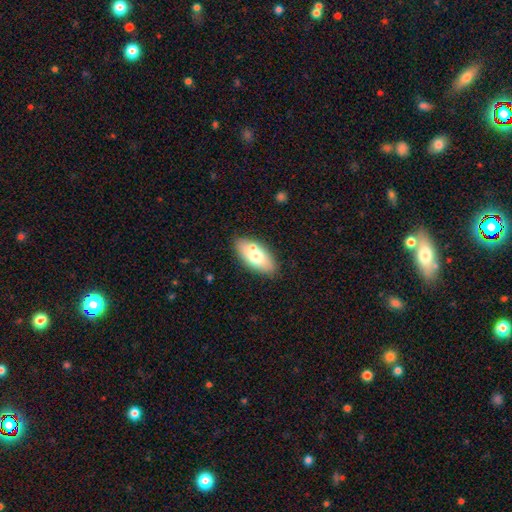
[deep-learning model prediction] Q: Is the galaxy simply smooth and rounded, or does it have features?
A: smooth — 67%.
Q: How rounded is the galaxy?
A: in between — 89%.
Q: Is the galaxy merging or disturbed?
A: none — 75%.